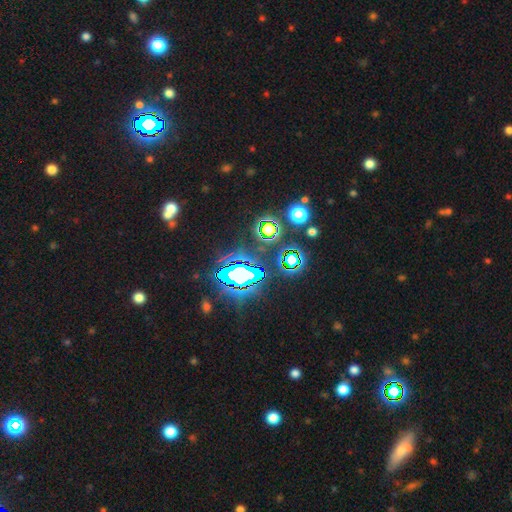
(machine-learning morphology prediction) Smooth or featured? star or artifact (83%)